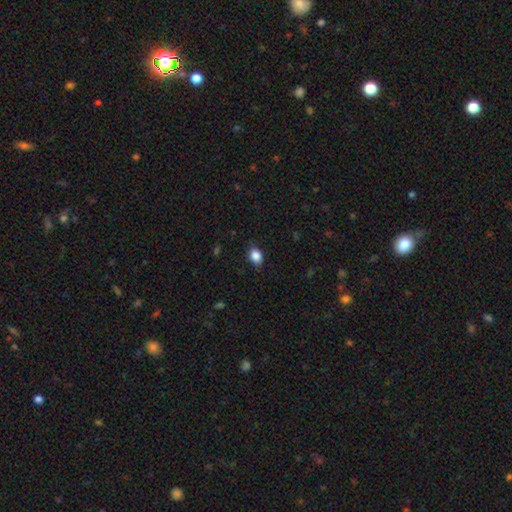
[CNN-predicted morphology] Overall: smooth (86%). How rounded: in between (68%; round 31%). Merging: none (82%).